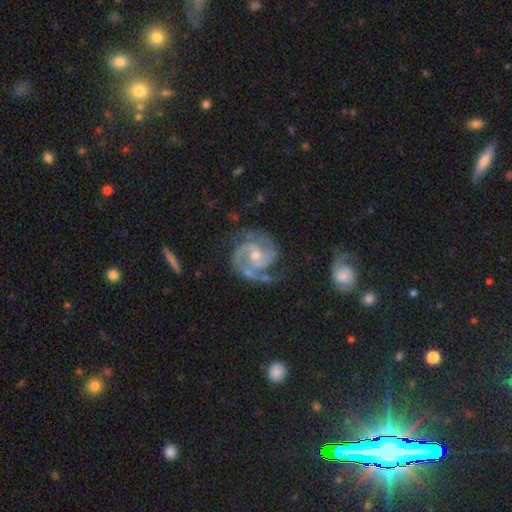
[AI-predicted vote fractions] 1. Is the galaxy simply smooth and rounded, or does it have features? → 92% featured or disk, 5% star or artifact, 4% smooth.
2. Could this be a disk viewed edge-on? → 98% no, 2% yes.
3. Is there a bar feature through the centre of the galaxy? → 54% no, 35% weak, 11% strong.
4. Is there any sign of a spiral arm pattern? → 98% yes, 2% no.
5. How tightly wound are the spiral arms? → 50% medium, 42% tight, 8% loose.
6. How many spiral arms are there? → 80% 2, 9% 3, 4% can't tell, 3% 1, 2% 4, 2% more than 4.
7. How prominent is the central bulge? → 48% small (tied), 48% moderate (tied), 2% large, 2% none, 1% dominant.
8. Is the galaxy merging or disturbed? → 64% none, 20% minor disturbance, 10% major disturbance, 5% merger.